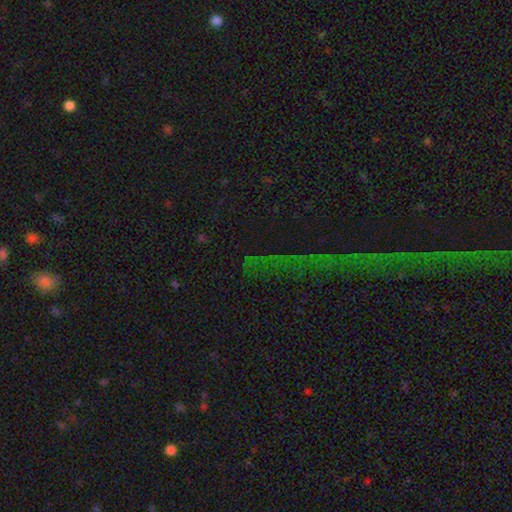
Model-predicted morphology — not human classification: Smooth or featured? Predicted: star or artifact (p=0.76).